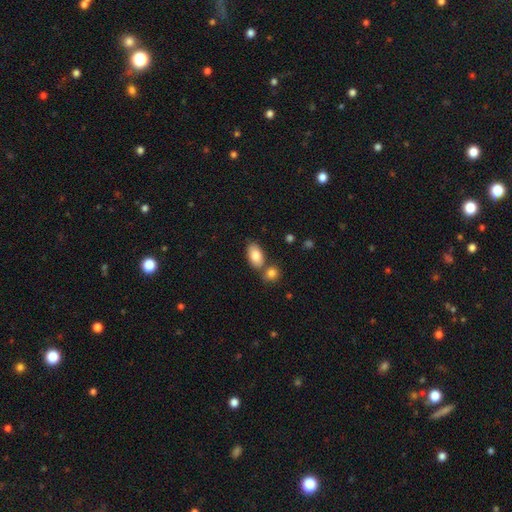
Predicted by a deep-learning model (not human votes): Morphology: type=smooth (82%); roundness=in between (92%); merging=none (58%).